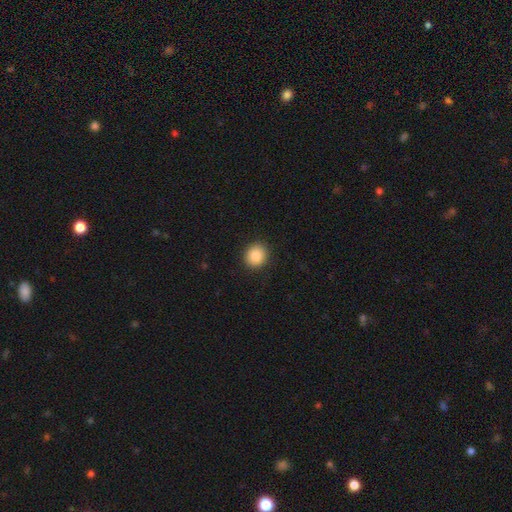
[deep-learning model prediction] smooth-or-featured: smooth: 86% | star or artifact: 9% | featured or disk: 6%
  how-rounded: round: 84% | in between: 15% | cigar-shaped: 1%
  merging: none: 91% | minor disturbance: 6% | major disturbance: 2% | merger: 1%